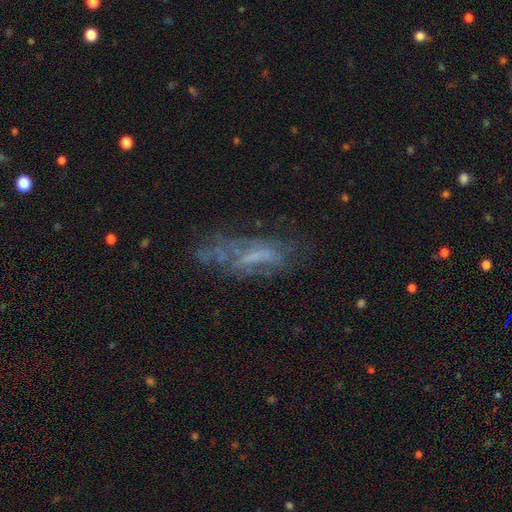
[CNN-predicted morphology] This is possibly a featured or disk galaxy (58%). It is clearly not viewed edge-on (82%). Merging: possibly none (49%).